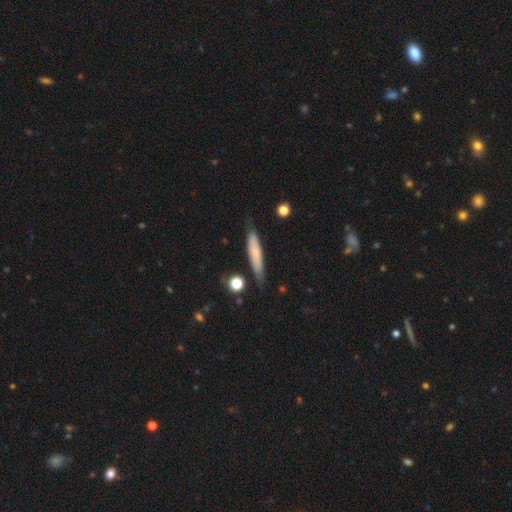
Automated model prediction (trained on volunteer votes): This appears to be a smooth galaxy with no disk features (67%) that is cigar-shaped (88%). Merging: none (78%).